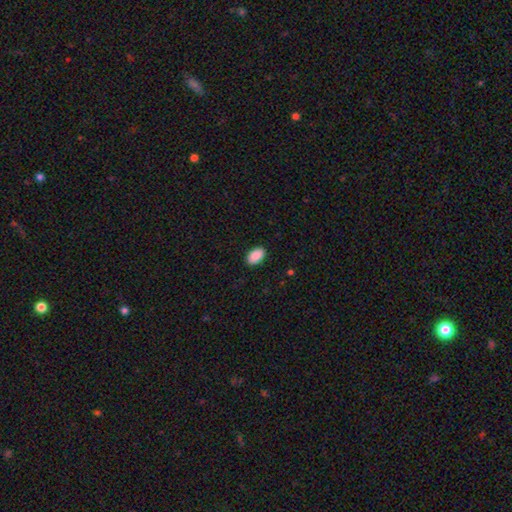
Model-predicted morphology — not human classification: Smooth or featured: smooth — 91% (star or artifact — 7%)
How rounded: in between — 94% (round — 5%)
Merging: none — 90% (minor disturbance — 8%)